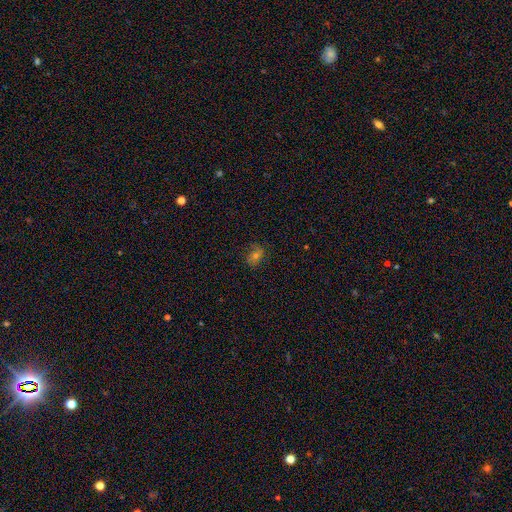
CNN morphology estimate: Q: Smooth or featured?
A: smooth (43%); runner-up: featured or disk (36%)
Q: Merging?
A: none (75%); runner-up: minor disturbance (17%)